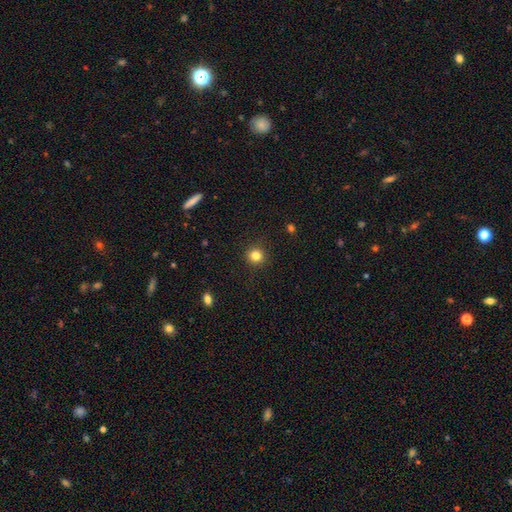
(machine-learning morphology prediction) smooth_or_featured: smooth (p=0.82) [alt: star or artifact p=0.12]
how_rounded: round (p=0.93) [alt: in between p=0.06]
merging: none (p=0.91) [alt: minor disturbance p=0.06]